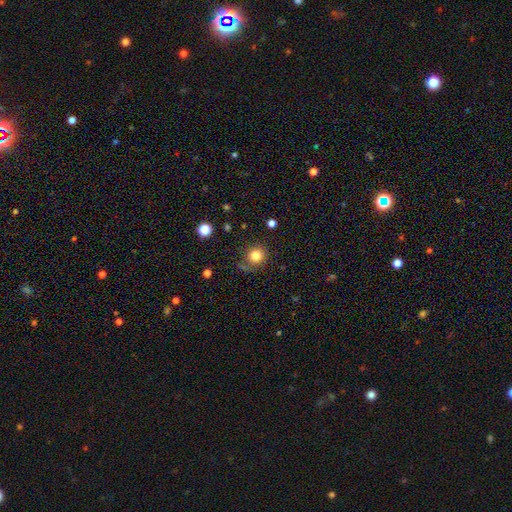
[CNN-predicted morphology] Smooth or featured?
  - smooth: 80% *
  - star or artifact: 12%
  - featured or disk: 7%
How rounded?
  - round: 89% *
  - in between: 10%
  - cigar-shaped: 1%
Merging?
  - none: 75% *
  - minor disturbance: 15%
  - major disturbance: 6%
  - merger: 4%